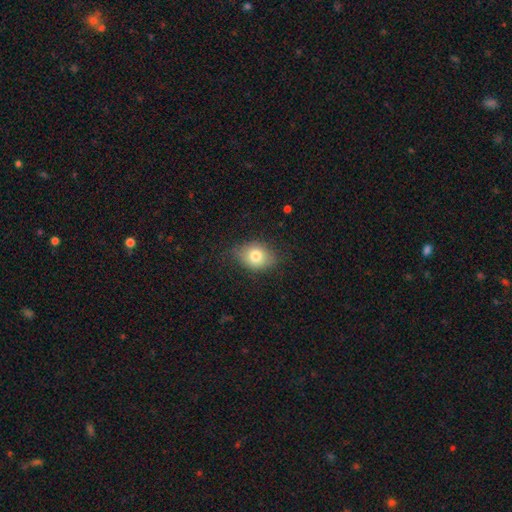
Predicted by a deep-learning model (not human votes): Morphology: type=smooth (78%); roundness=in between (59%); merging=none (72%).